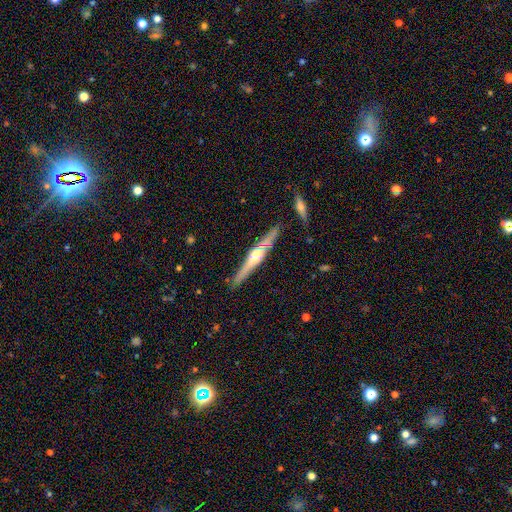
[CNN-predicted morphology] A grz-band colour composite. It shows a featured or disk galaxy (72%) viewed edge-on (97%) with a rounded central bulge (89%). Merging: none (87%).